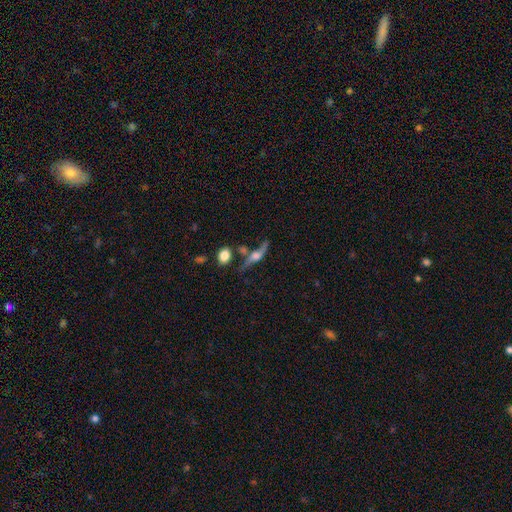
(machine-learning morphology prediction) The model was most divided on "merging": none: 56%, minor disturbance: 19%, merger: 14%, major disturbance: 11%. More confident: edge-on bulge — rounded (89%); edge-on disk — yes (80%); smooth or featured — featured or disk (70%).